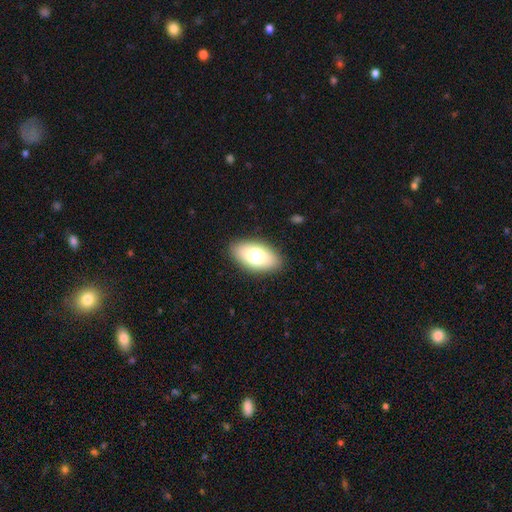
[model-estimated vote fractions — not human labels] Morphology: type=smooth (74%); roundness=in between (93%); merging=none (87%).